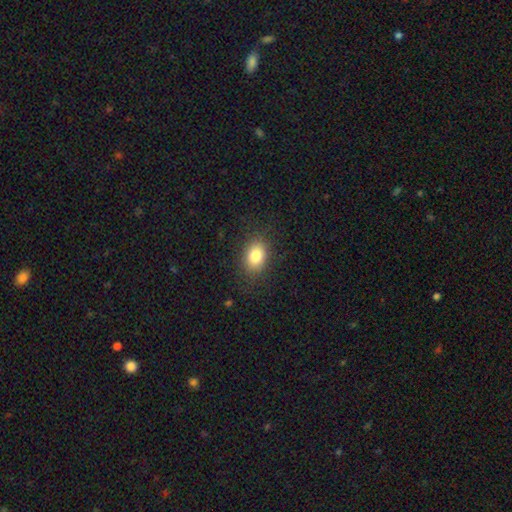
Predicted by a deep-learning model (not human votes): Smooth or featured? smooth (82%)
How rounded? in between (75%)
Merging? none (83%)